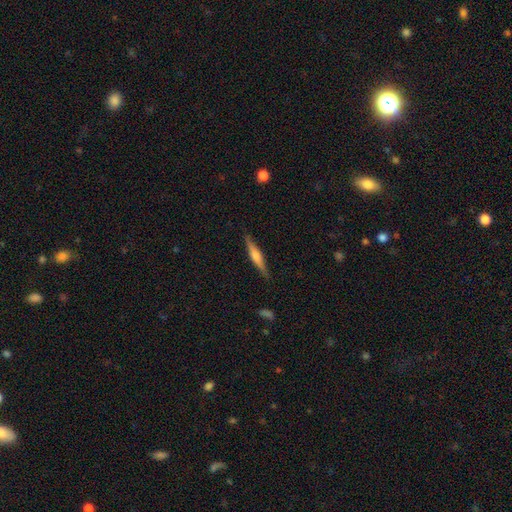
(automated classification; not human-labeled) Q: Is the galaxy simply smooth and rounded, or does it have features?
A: featured or disk — 63%.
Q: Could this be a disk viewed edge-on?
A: yes — 97%.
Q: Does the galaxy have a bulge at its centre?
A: rounded — 79%.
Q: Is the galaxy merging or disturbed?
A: none — 88%.